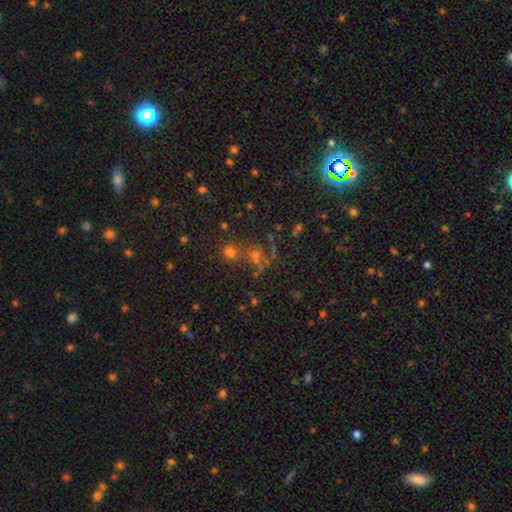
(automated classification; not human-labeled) Overall: smooth (45%; star or artifact 43%). Merging: none (56%; merger 29%).